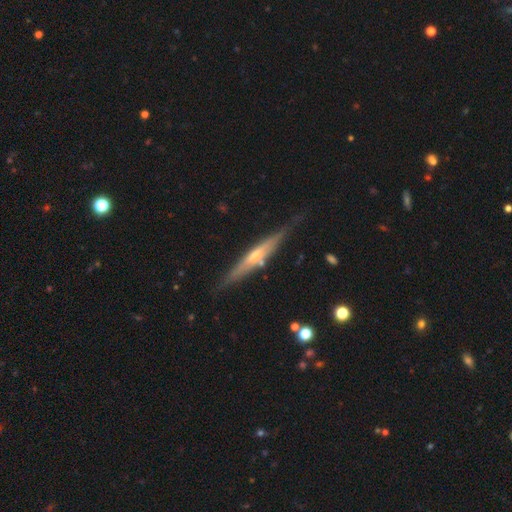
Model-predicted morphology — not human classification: Smooth or featured?
  - featured or disk: 72% *
  - smooth: 22%
  - star or artifact: 6%
Edge-on disk?
  - yes: 95% *
  - no: 5%
Edge-on bulge?
  - rounded: 72% *
  - none: 23%
  - boxy: 6%
Merging?
  - none: 79% *
  - minor disturbance: 15%
  - merger: 3%
  - major disturbance: 3%